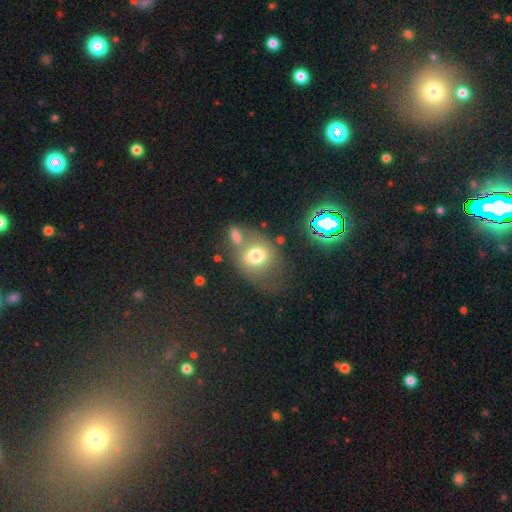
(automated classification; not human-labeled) This is likely a smooth galaxy (64%). How rounded: possibly in between (50%). Merging: marginally none (39%).